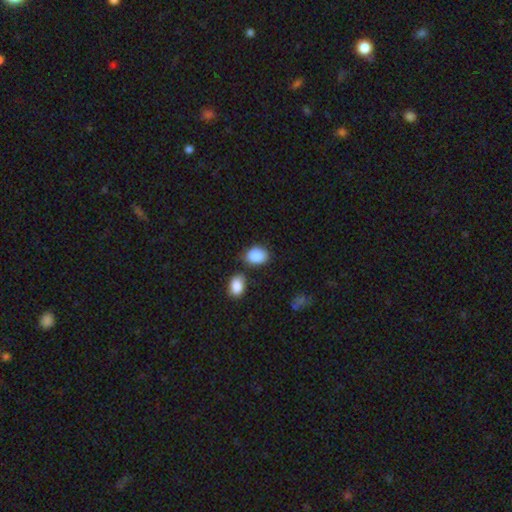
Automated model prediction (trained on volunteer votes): smooth_or_featured: smooth (p=0.87) [alt: star or artifact p=0.07]
how_rounded: in between (p=0.69) [alt: round p=0.30]
merging: none (p=0.63) [alt: minor disturbance p=0.19]